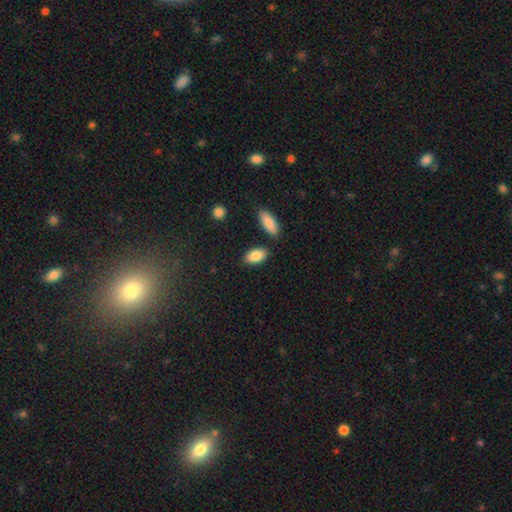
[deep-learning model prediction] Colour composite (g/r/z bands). It shows a smooth galaxy with no disk features (87%) that is in between round and cigar-shaped (92%). Merging: none (82%).